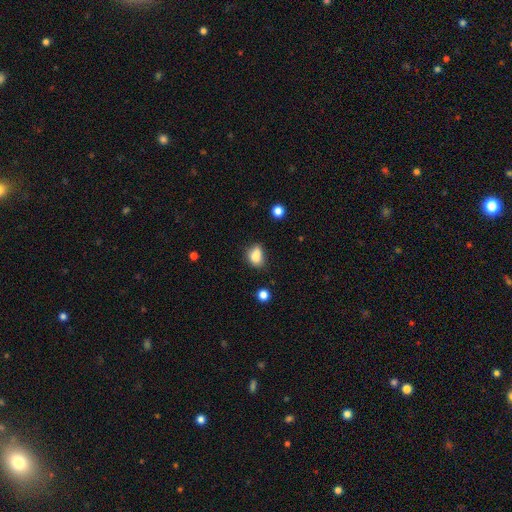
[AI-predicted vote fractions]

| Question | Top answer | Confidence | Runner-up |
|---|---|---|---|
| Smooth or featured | smooth | 78% | star or artifact (11%) |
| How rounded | in between | 68% | round (29%) |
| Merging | none | 45% | minor disturbance (26%) |